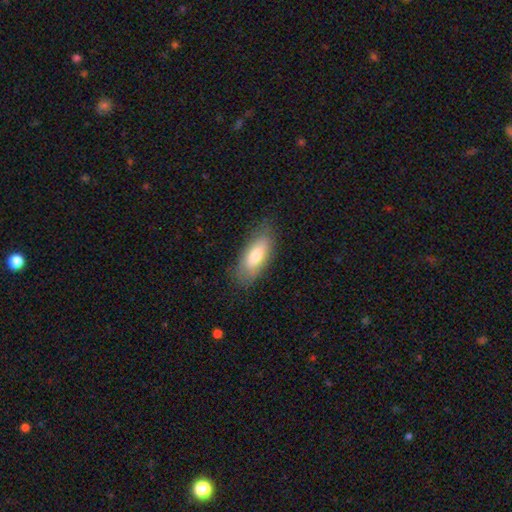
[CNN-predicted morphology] This is likely a smooth galaxy (76%). How rounded: clearly in between (81%). Merging: clearly none (80%).